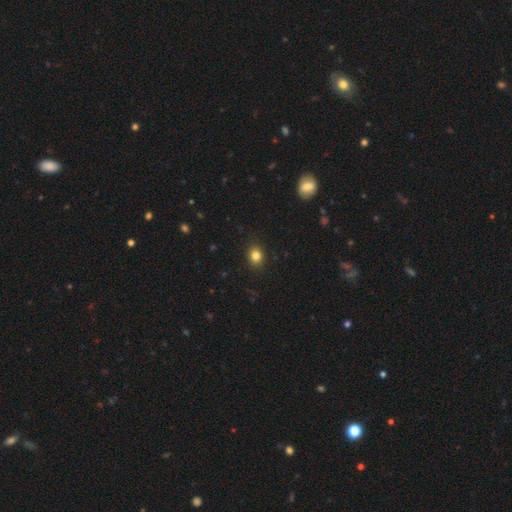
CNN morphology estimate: type=smooth (83%); roundness=round (63%); merging=none (90%).